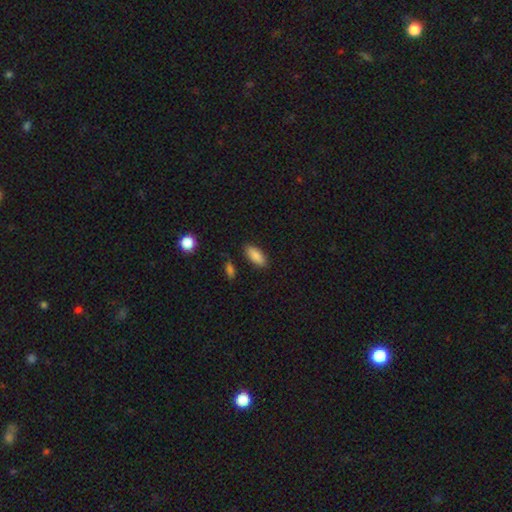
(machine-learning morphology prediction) Smooth or featured?
  - smooth: 88% *
  - star or artifact: 7%
  - featured or disk: 5%
How rounded?
  - in between: 83% *
  - cigar-shaped: 15%
  - round: 2%
Merging?
  - none: 86% *
  - minor disturbance: 10%
  - major disturbance: 2%
  - merger: 2%